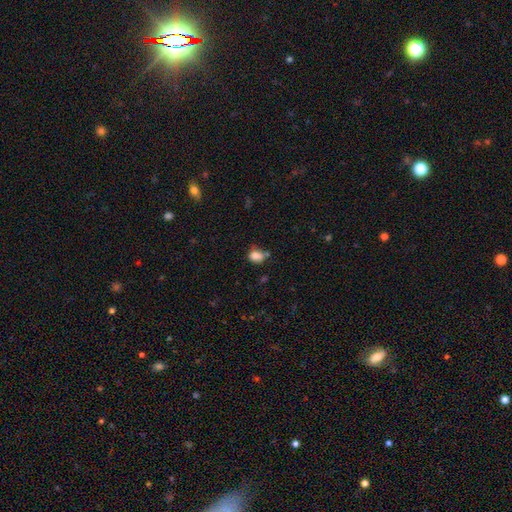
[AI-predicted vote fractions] Smooth or featured: smooth — 80% (star or artifact — 12%)
How rounded: in between — 50% (round — 49%)
Merging: none — 47% (minor disturbance — 25%)